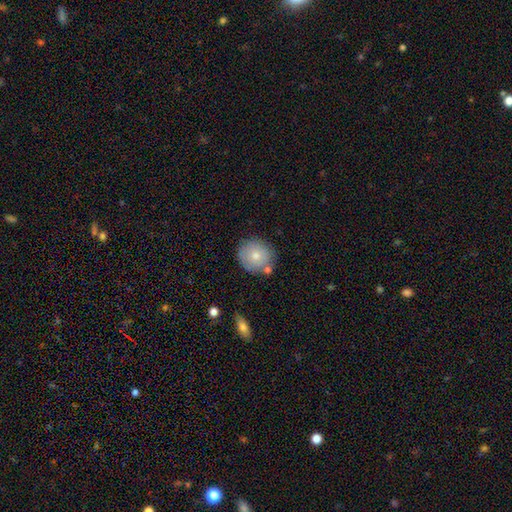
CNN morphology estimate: Smooth or featured?
  - smooth: 77% *
  - featured or disk: 16%
  - star or artifact: 7%
How rounded?
  - round: 91% *
  - in between: 9%
  - cigar-shaped: 1%
Merging?
  - none: 76% *
  - minor disturbance: 13%
  - merger: 8%
  - major disturbance: 3%